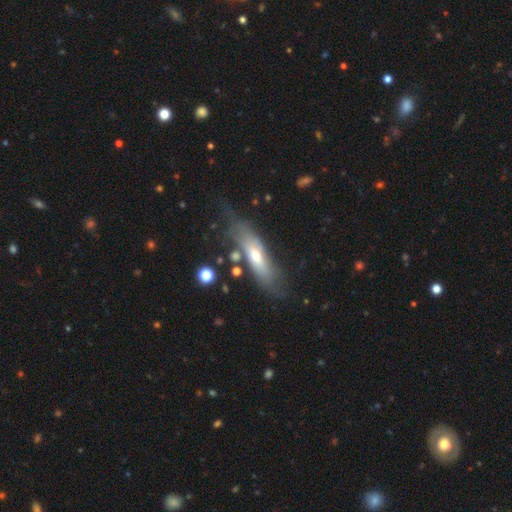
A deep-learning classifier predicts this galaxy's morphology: type=featured or disk (51%); edge-on=no (54%); merging=none (55%).